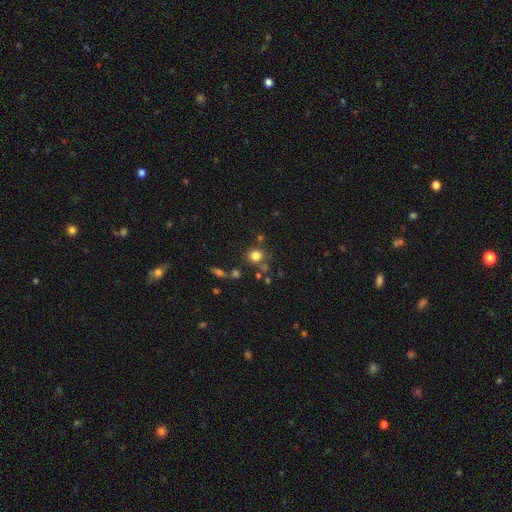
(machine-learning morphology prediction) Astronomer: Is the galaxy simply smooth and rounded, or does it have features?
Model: smooth — 79%.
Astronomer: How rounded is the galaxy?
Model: round — 89%.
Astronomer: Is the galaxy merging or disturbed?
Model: none — 73%.